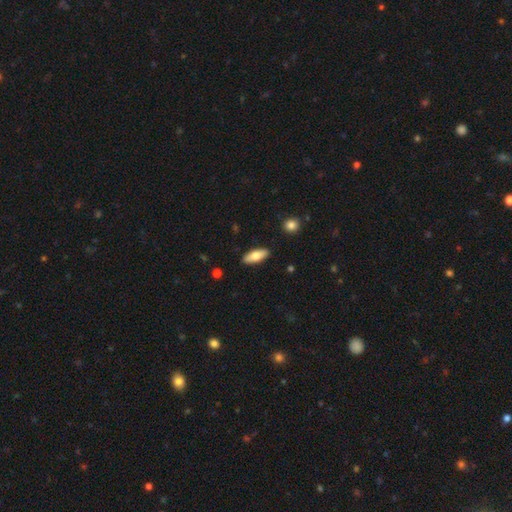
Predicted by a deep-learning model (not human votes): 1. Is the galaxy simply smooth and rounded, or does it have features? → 70% smooth, 24% featured or disk, 6% star or artifact.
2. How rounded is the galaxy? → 73% in between, 24% cigar-shaped, 2% round.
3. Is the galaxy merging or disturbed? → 89% none, 8% minor disturbance, 2% major disturbance, 1% merger.